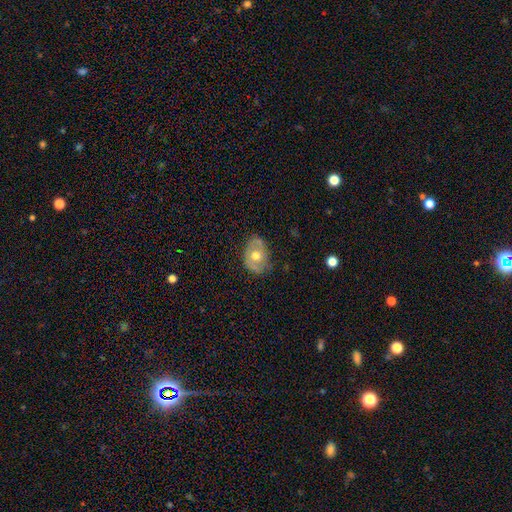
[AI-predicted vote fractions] Q: Smooth or featured?
A: featured or disk (48%); runner-up: smooth (45%)
Q: Merging?
A: none (70%); runner-up: minor disturbance (22%)